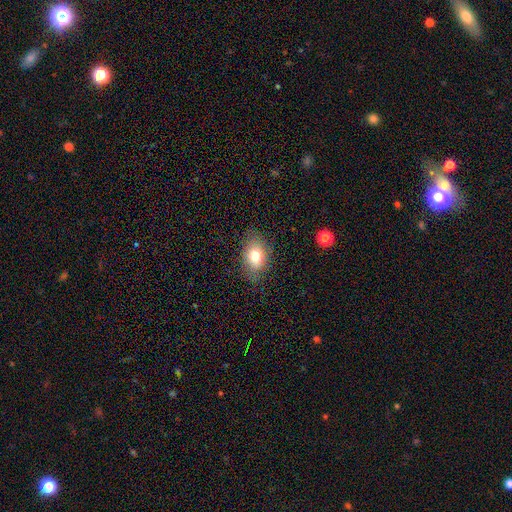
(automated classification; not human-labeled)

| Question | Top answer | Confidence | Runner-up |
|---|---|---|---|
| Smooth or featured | smooth | 76% | featured or disk (15%) |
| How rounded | in between | 82% | round (17%) |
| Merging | none | 79% | minor disturbance (16%) |